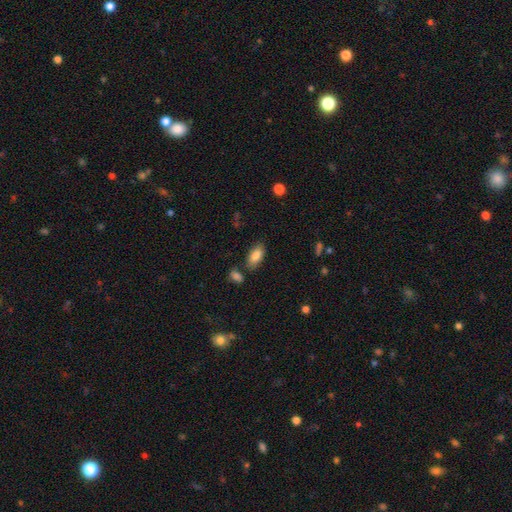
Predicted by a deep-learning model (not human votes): smooth 84%, featured or disk 9%, star or artifact 7%. Down the decision tree: how rounded — in between (91%); merging — none (78%).